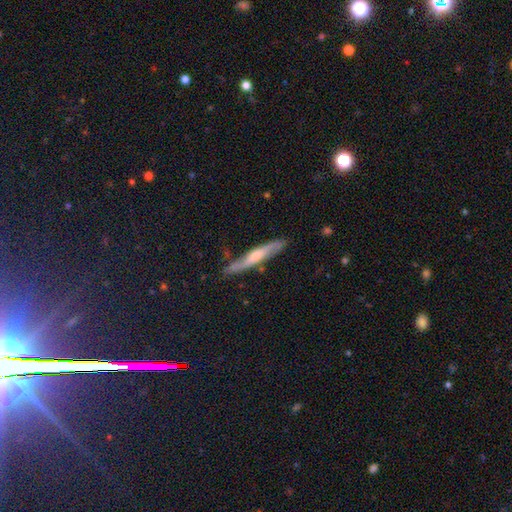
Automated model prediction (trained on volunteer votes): smooth-or-featured: featured or disk: 59% | smooth: 35% | star or artifact: 6%
  disk-edge-on: yes: 77% | no: 23%
  merging: none: 74% | minor disturbance: 19% | major disturbance: 4% | merger: 3%